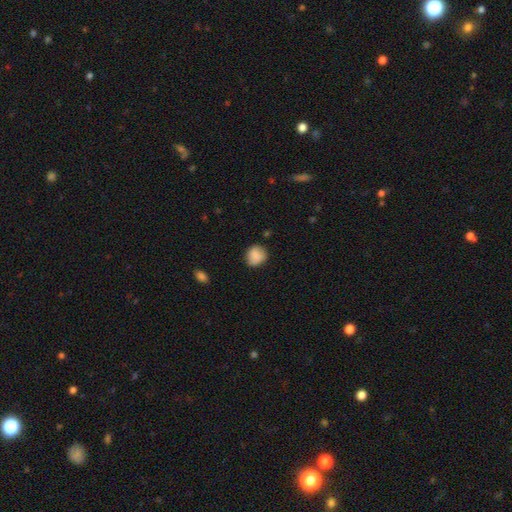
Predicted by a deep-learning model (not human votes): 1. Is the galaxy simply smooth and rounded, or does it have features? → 81% smooth, 10% featured or disk, 8% star or artifact.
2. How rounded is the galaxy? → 71% round, 28% in between, 1% cigar-shaped.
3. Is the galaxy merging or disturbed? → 76% none, 18% minor disturbance, 4% major disturbance, 2% merger.